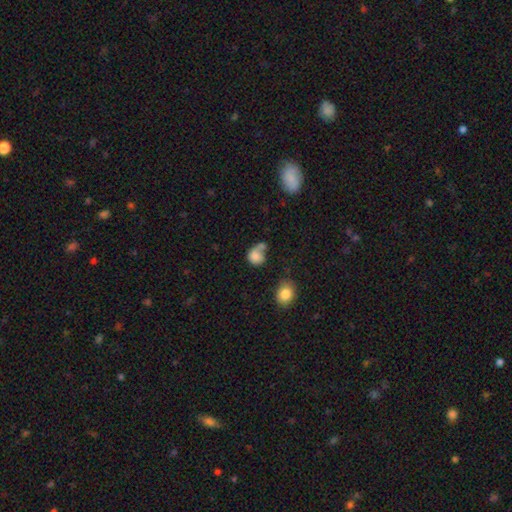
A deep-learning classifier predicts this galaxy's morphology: Smooth or featured: smooth — 78% (featured or disk — 13%)
How rounded: round — 64% (in between — 34%)
Merging: merger — 33% (none — 32%)